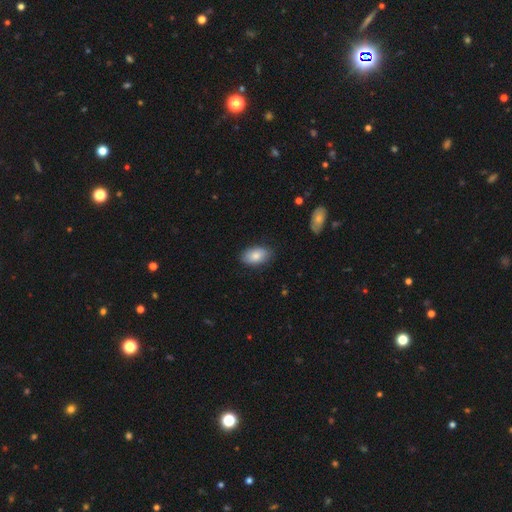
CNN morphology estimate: Smooth or featured? Predicted: smooth (p=0.83). How rounded? Predicted: in between (p=0.93). Merging? Predicted: none (p=0.83).